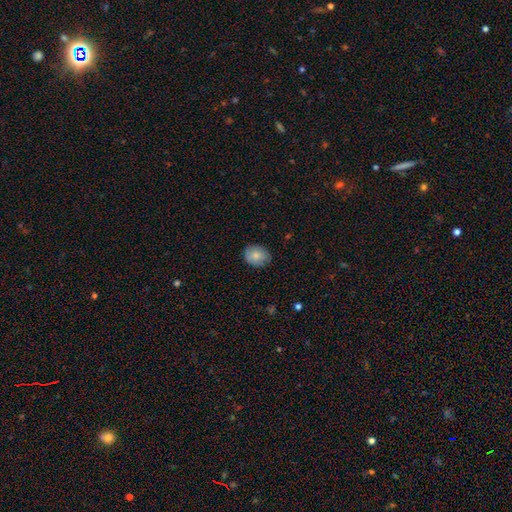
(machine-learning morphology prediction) This appears to be a smooth galaxy with no disk features (80%) that is round (51%). Merging: none (80%).